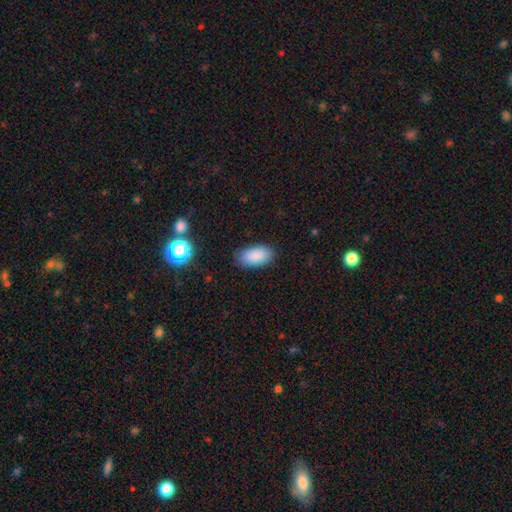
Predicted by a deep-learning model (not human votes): Morphology: type=smooth (87%); roundness=in between (94%); merging=none (83%).